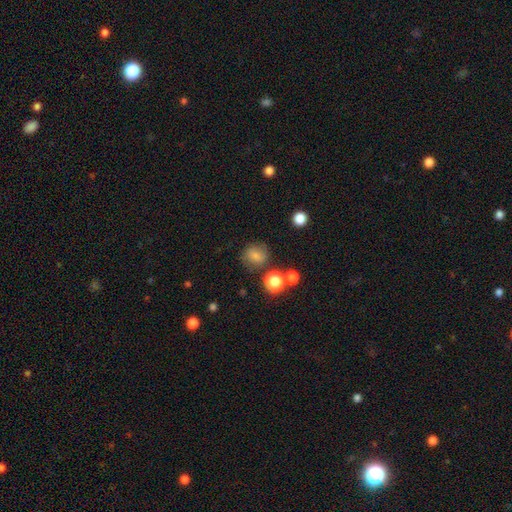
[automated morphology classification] This appears to be a smooth galaxy with no disk features (74%) that is round (78%). Merging: none (73%).